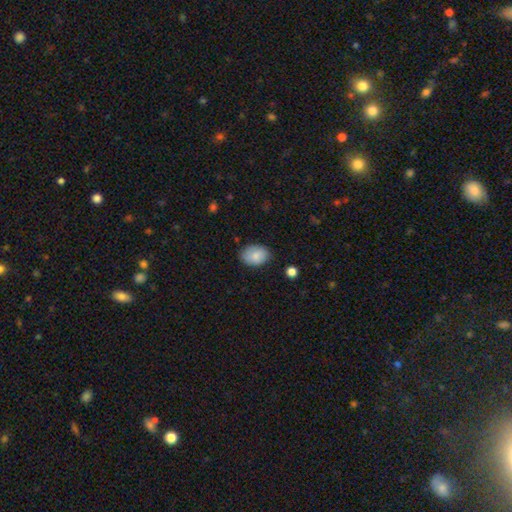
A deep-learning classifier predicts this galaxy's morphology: smooth 84%, featured or disk 9%, star or artifact 7%. Down the decision tree: how rounded — in between (79%); merging — none (81%).